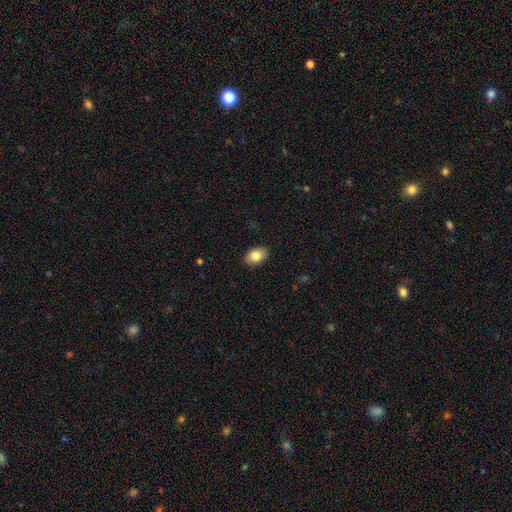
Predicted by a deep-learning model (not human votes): The model was most divided on "how rounded": in between: 85%, round: 14%, cigar-shaped: 1%. More confident: merging — none (89%); smooth or featured — smooth (82%).